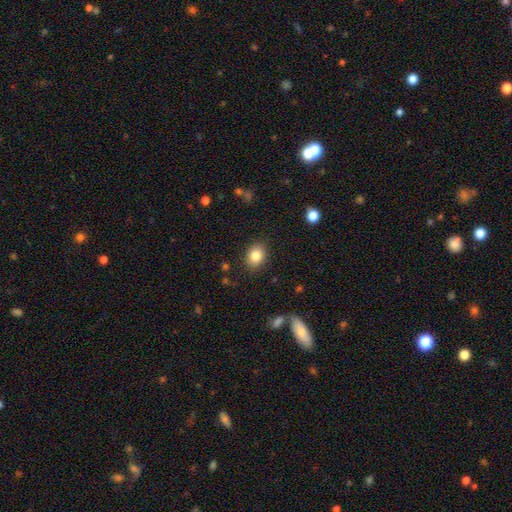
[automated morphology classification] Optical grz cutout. It shows a smooth galaxy with no disk features (83%) that is in between round and cigar-shaped (53%). Merging: none (87%).